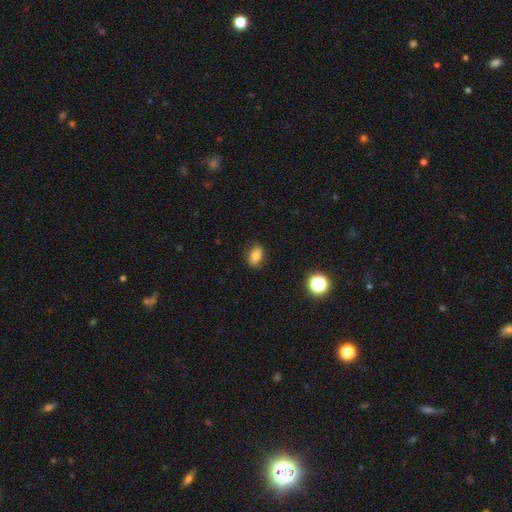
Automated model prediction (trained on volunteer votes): Smooth or featured?
  - smooth: 74% *
  - featured or disk: 15%
  - star or artifact: 11%
How rounded?
  - in between: 82% *
  - round: 16%
  - cigar-shaped: 2%
Merging?
  - none: 83% *
  - minor disturbance: 13%
  - major disturbance: 3%
  - merger: 1%